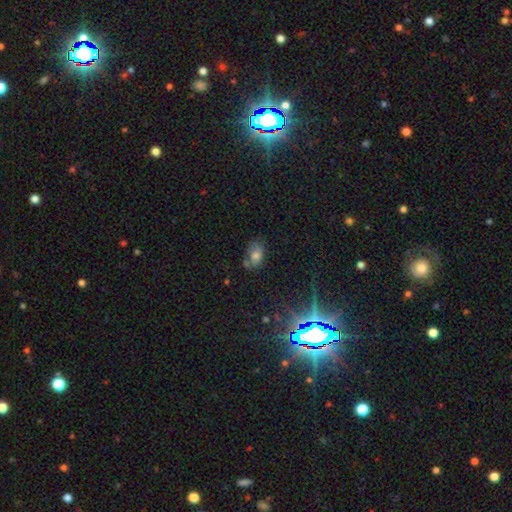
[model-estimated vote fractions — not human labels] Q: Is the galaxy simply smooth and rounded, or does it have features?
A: smooth — 66%.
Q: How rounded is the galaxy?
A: in between — 82%.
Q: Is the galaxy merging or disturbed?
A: none — 56%.